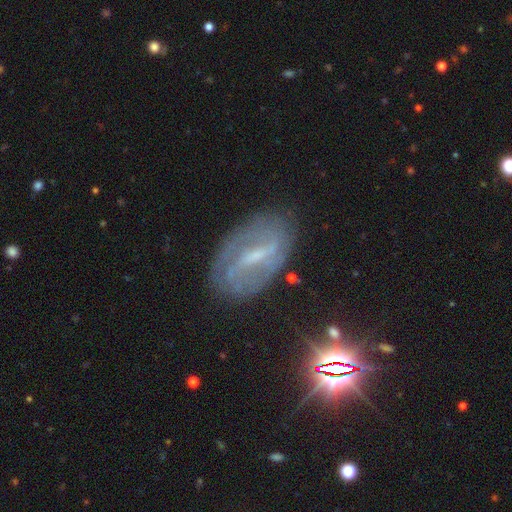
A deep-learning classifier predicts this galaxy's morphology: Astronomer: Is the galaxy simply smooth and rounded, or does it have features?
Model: featured or disk — 72%.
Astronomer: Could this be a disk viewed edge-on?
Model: no — 93%.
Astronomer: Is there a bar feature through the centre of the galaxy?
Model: strong — 48% (runner-up: weak, 41%).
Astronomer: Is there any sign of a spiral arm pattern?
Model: yes — 77%.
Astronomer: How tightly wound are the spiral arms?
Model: tight — 39% (runner-up: medium, 36%).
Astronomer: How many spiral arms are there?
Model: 2 — 54% (runner-up: can't tell, 32%).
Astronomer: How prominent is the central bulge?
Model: small — 51%.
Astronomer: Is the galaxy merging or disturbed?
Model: none — 73%.